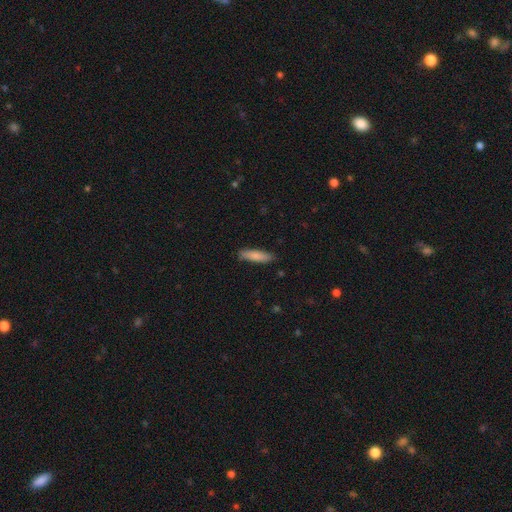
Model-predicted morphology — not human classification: type=smooth (82%); roundness=cigar-shaped (69%); merging=none (85%).